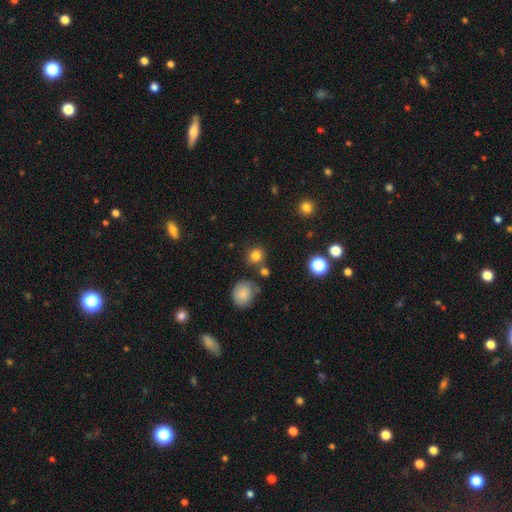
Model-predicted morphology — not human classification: smooth-or-featured: smooth: 80% | star or artifact: 14% | featured or disk: 6%
  how-rounded: round: 87% | in between: 12% | cigar-shaped: 1%
  merging: none: 75% | minor disturbance: 11% | merger: 10% | major disturbance: 4%